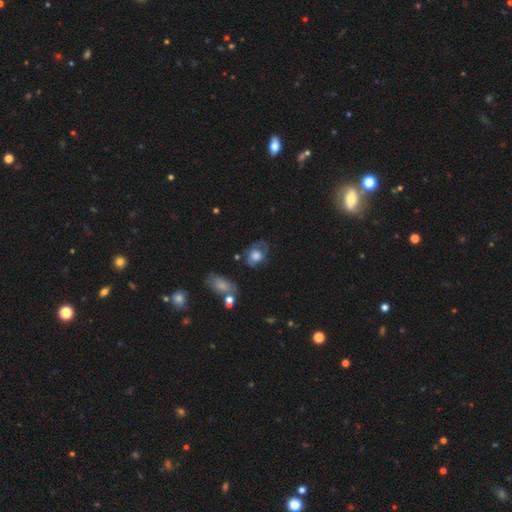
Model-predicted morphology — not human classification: Smooth or featured? Predicted: featured or disk (p=0.46). Merging? Predicted: none (p=0.52).